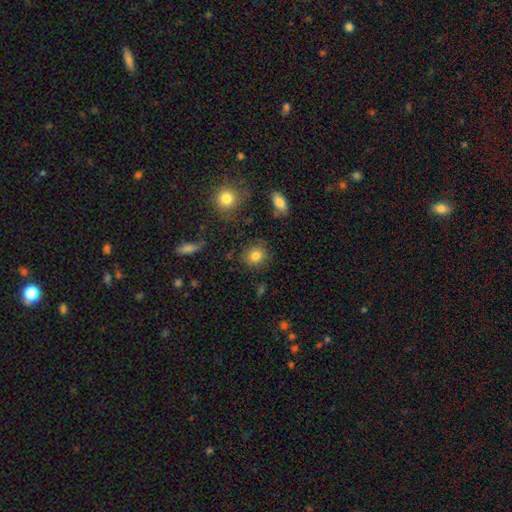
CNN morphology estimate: Q: Smooth or featured?
A: smooth (83%); runner-up: star or artifact (10%)
Q: How rounded?
A: round (76%); runner-up: in between (22%)
Q: Merging?
A: none (84%); runner-up: minor disturbance (11%)